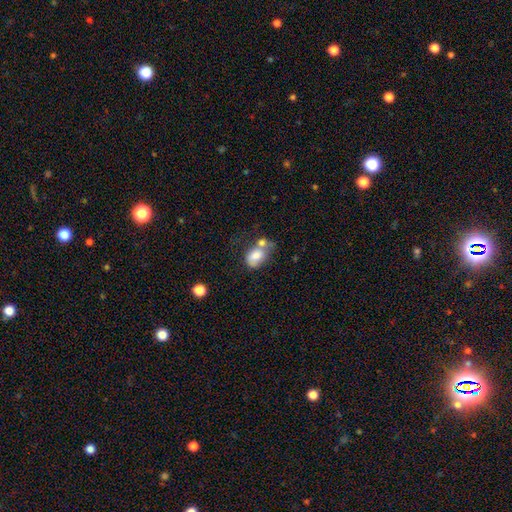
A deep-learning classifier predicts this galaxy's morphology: This is likely a smooth galaxy (73%). How rounded: likely in between (78%). Merging: marginally merger (45%).